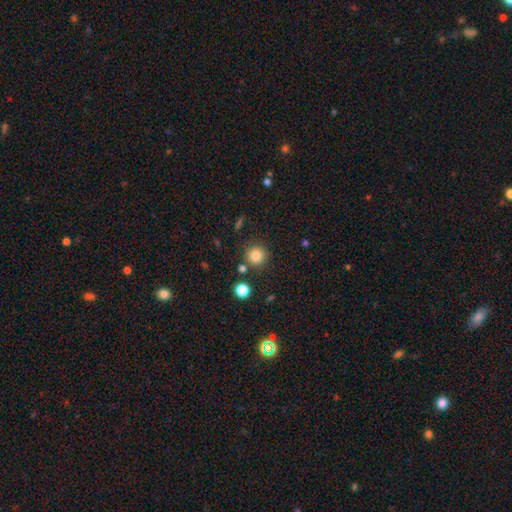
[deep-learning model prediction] Morphology: type=smooth (83%); roundness=round (93%); merging=none (84%).